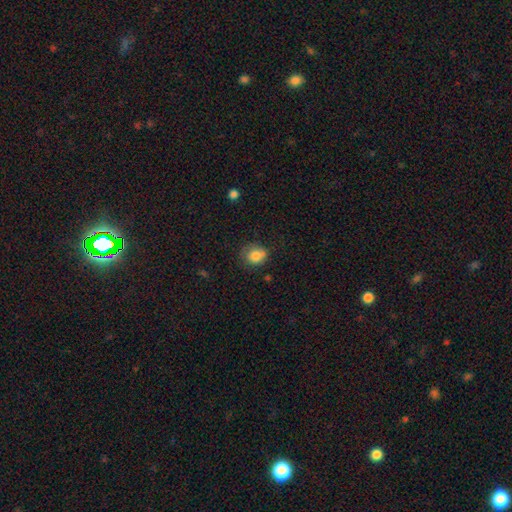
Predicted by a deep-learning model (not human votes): smooth 79%, featured or disk 11%, star or artifact 9%. Down the decision tree: how rounded — round (68%); merging — none (62%).